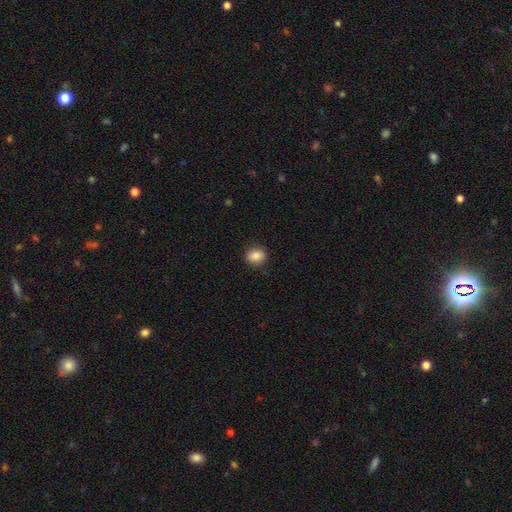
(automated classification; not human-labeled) Q: Smooth or featured?
A: smooth (87%); runner-up: star or artifact (9%)
Q: How rounded?
A: round (60%); runner-up: in between (38%)
Q: Merging?
A: none (87%); runner-up: minor disturbance (9%)